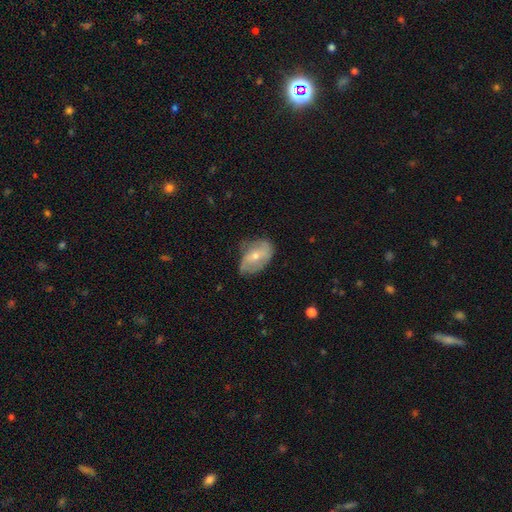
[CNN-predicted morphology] Overall: featured or disk (52%; smooth 40%). Edge-on disk: no (94%). Merging: none (50%; minor disturbance 35%).